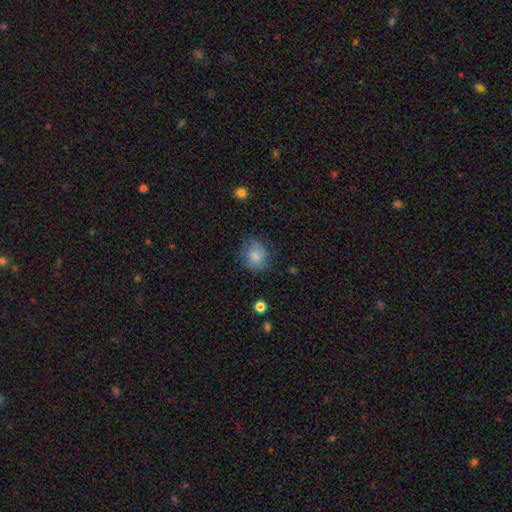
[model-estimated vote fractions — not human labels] Smooth or featured?
  - smooth: 79% *
  - featured or disk: 12%
  - star or artifact: 9%
How rounded?
  - round: 65% *
  - in between: 34%
  - cigar-shaped: 1%
Merging?
  - none: 64% *
  - minor disturbance: 26%
  - major disturbance: 8%
  - merger: 2%